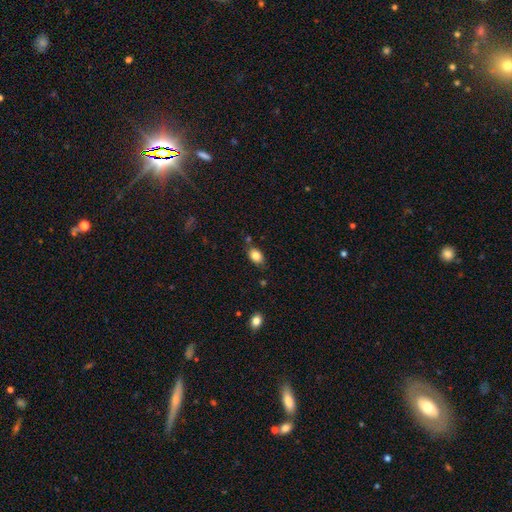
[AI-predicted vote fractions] This is clearly a smooth galaxy (83%). How rounded: clearly in between (81%). Merging: likely none (75%).